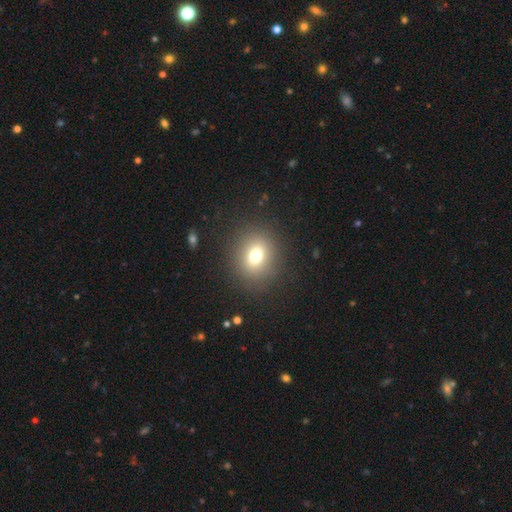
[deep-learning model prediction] This appears to be a smooth galaxy with no disk features (74%) that is round (74%). Merging: none (88%).